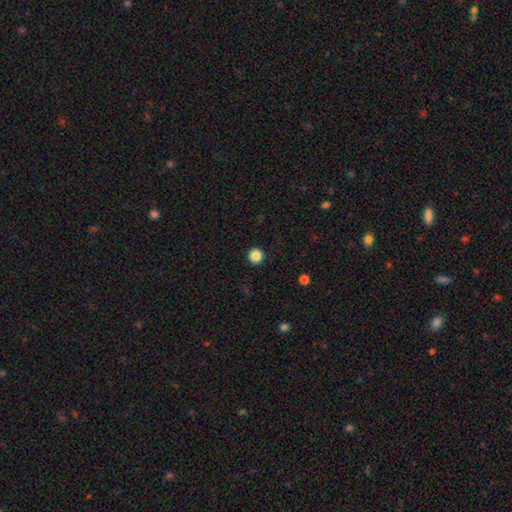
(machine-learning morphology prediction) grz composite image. It shows a smooth galaxy with no disk features (87%) that is round (96%). Merging: none (94%).